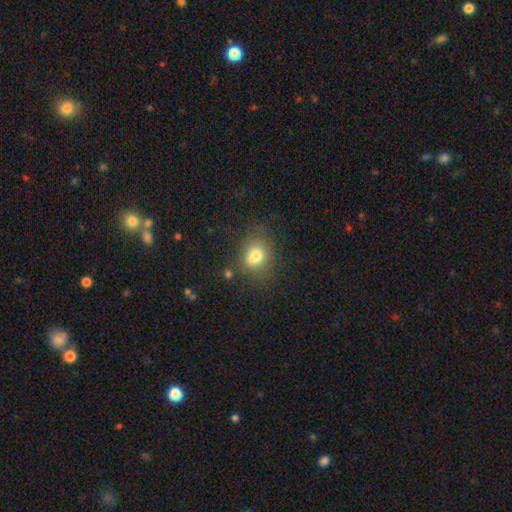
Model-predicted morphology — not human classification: smooth-or-featured: smooth: 74% | featured or disk: 13% | star or artifact: 13%
  how-rounded: round: 53% | in between: 46% | cigar-shaped: 1%
  merging: none: 61% | minor disturbance: 18% | merger: 14% | major disturbance: 7%